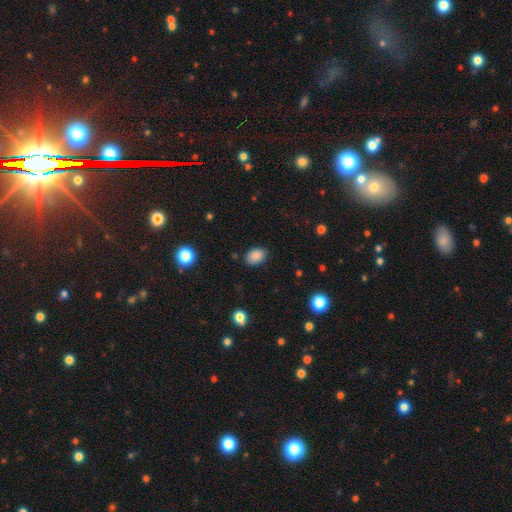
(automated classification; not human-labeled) smooth-or-featured: smooth: 87% | star or artifact: 9% | featured or disk: 4%
  how-rounded: in between: 80% | round: 19% | cigar-shaped: 1%
  merging: none: 84% | minor disturbance: 12% | major disturbance: 3% | merger: 1%